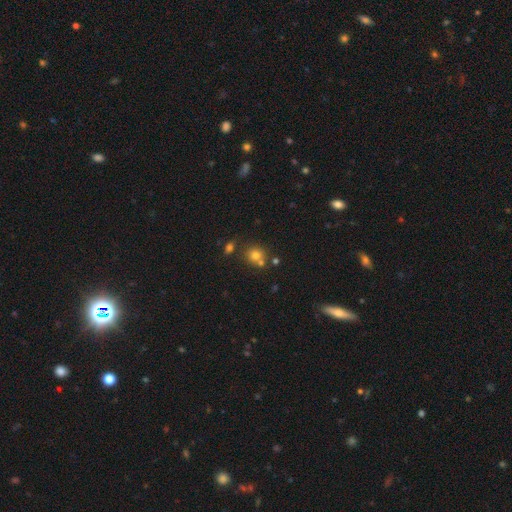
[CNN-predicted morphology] Smooth or featured: smooth — 73% (star or artifact — 18%)
How rounded: round — 83% (in between — 16%)
Merging: none — 62% (merger — 24%)